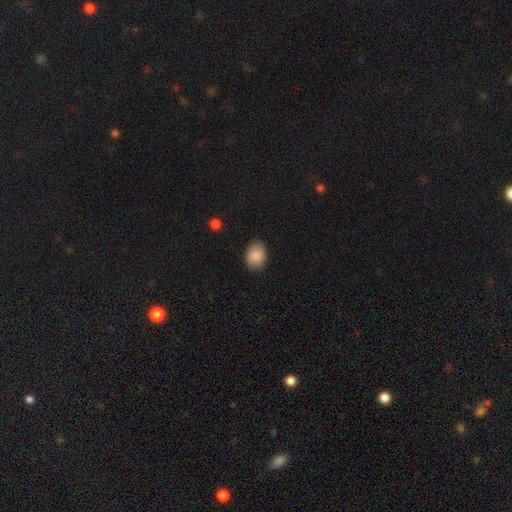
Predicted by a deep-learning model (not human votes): Q: Smooth or featured?
A: smooth (88%); runner-up: star or artifact (7%)
Q: How rounded?
A: in between (65%); runner-up: round (34%)
Q: Merging?
A: none (82%); runner-up: minor disturbance (14%)